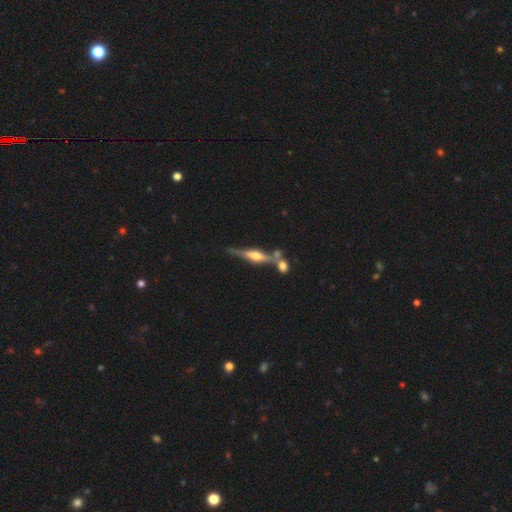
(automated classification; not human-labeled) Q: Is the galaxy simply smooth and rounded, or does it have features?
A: featured or disk — 77%.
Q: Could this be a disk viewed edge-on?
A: yes — 96%.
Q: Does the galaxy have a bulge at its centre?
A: rounded — 89%.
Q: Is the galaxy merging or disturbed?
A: none — 67%.